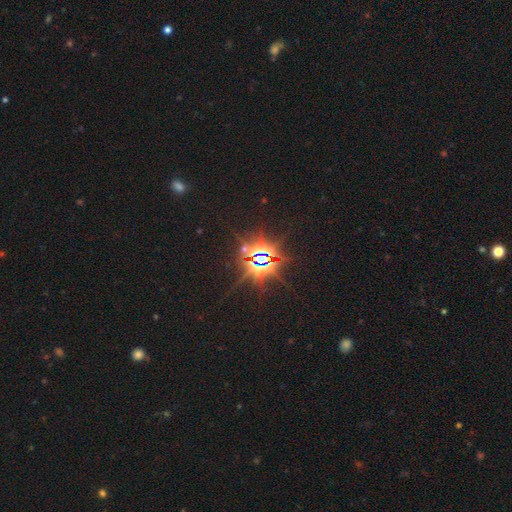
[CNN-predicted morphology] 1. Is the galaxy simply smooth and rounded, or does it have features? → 86% star or artifact, 7% smooth, 7% featured or disk.